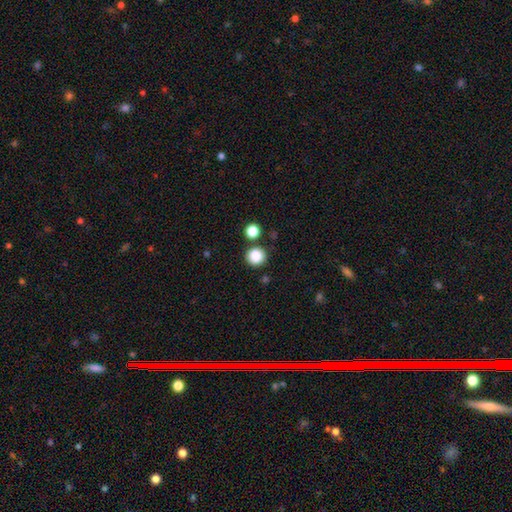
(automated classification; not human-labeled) smooth-or-featured: smooth: 86% | star or artifact: 10% | featured or disk: 4%
  how-rounded: round: 93% | in between: 6% | cigar-shaped: 1%
  merging: none: 84% | minor disturbance: 7% | merger: 6% | major disturbance: 2%